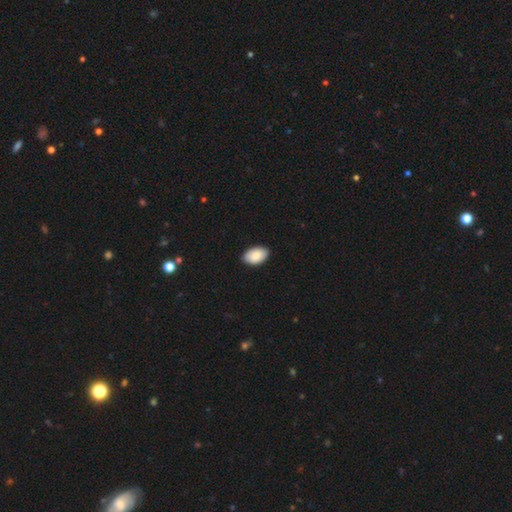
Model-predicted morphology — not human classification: smooth_or_featured: smooth (p=0.89) [alt: star or artifact p=0.06]
how_rounded: in between (p=0.94) [alt: round p=0.05]
merging: none (p=0.87) [alt: minor disturbance p=0.10]